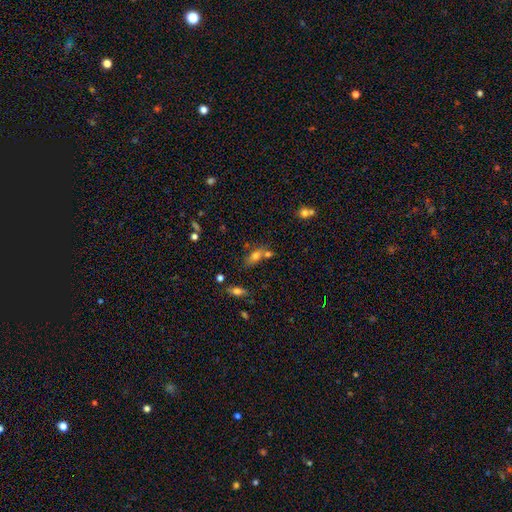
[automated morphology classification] Smooth or featured? Predicted: smooth (p=0.70). How rounded? Predicted: in between (p=0.77). Merging? Predicted: none (p=0.44).